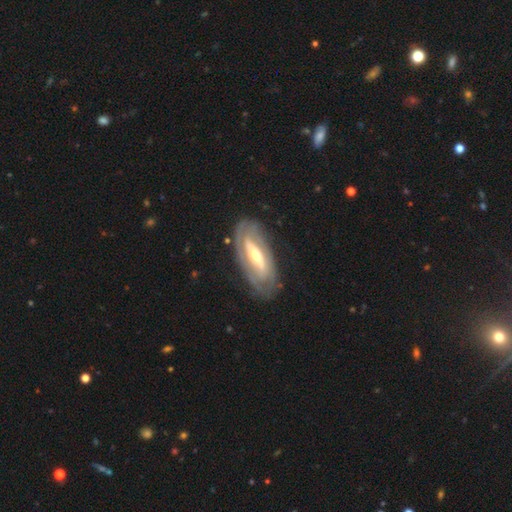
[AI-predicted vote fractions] The model was most divided on "spiral winding": tight: 54%, medium: 31%, loose: 15%. More confident: edge-on disk — no (87%); smooth or featured — featured or disk (80%); spiral arms — yes (79%); merging — none (78%); spiral arm count — 2 (62%); bulge size — moderate (58%); bar — strong (52%).